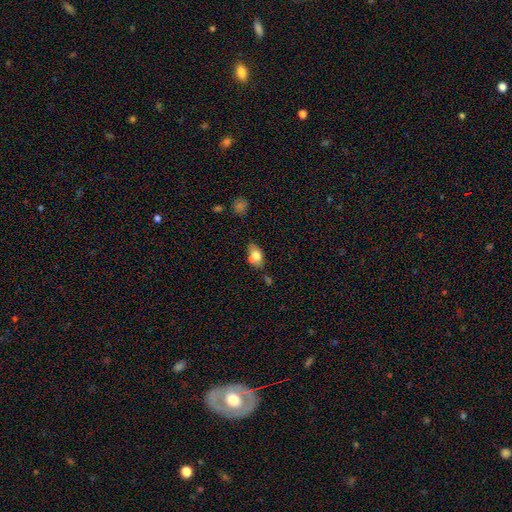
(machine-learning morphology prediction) A smooth galaxy with no disk features (71%) that is in between round and cigar-shaped (85%). Merging: none (57%).